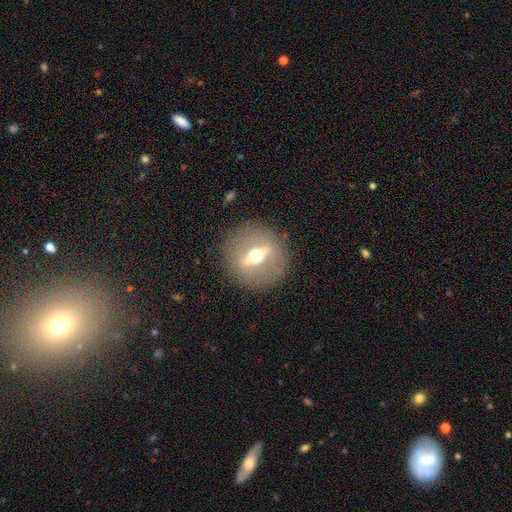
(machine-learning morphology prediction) Smooth or featured? Predicted: featured or disk (p=0.76). Edge-on disk? Predicted: yes (p=0.56). Merging? Predicted: none (p=0.88).